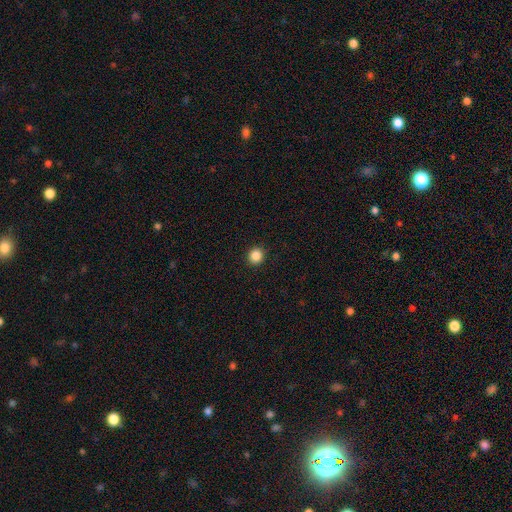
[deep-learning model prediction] Overall: smooth (86%). How rounded: round (89%). Merging: none (93%).